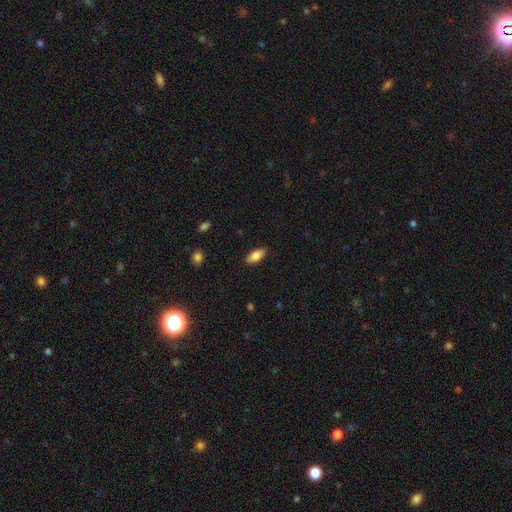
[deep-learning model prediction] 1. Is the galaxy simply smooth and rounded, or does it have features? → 82% smooth, 11% featured or disk, 7% star or artifact.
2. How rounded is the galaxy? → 84% in between, 14% cigar-shaped, 2% round.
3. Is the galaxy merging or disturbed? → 87% none, 10% minor disturbance, 2% major disturbance, 1% merger.